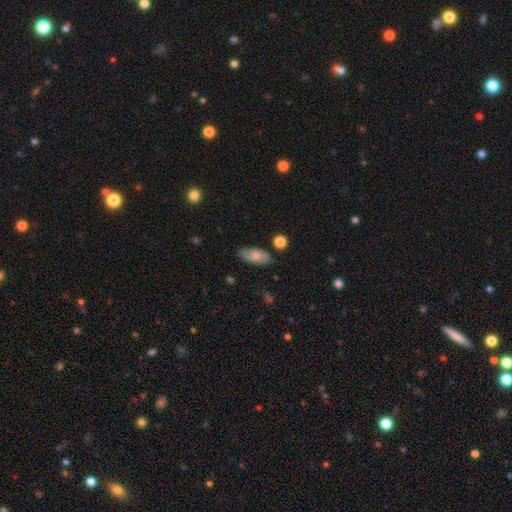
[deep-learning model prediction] Overall: smooth (70%). How rounded: in between (90%). Merging: none (78%).